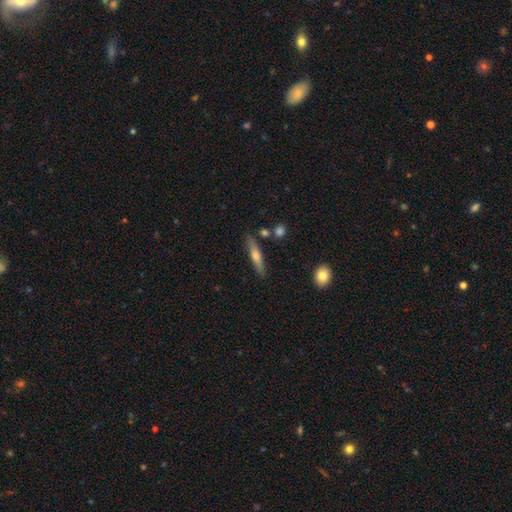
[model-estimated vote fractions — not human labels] A smooth galaxy with no disk features (47%). Merging: none (84%).